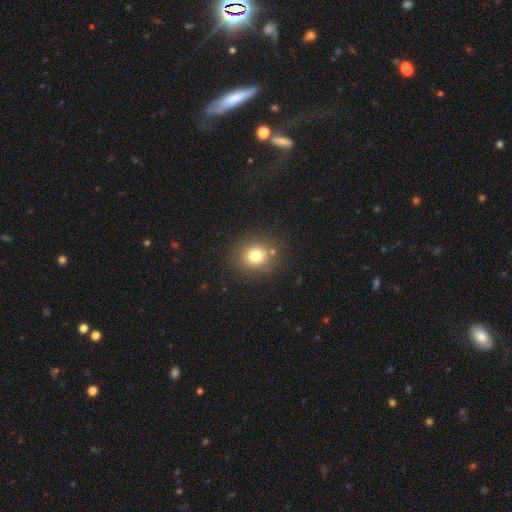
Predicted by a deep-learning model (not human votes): smooth_or_featured: smooth (p=0.76) [alt: star or artifact p=0.14]
how_rounded: round (p=0.73) [alt: in between p=0.26]
merging: none (p=0.81) [alt: minor disturbance p=0.10]